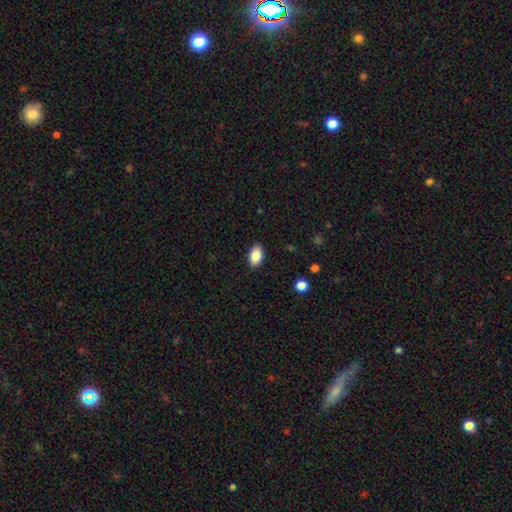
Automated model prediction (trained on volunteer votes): A smooth galaxy with no disk features (87%) that is in between round and cigar-shaped (92%). Merging: none (89%).